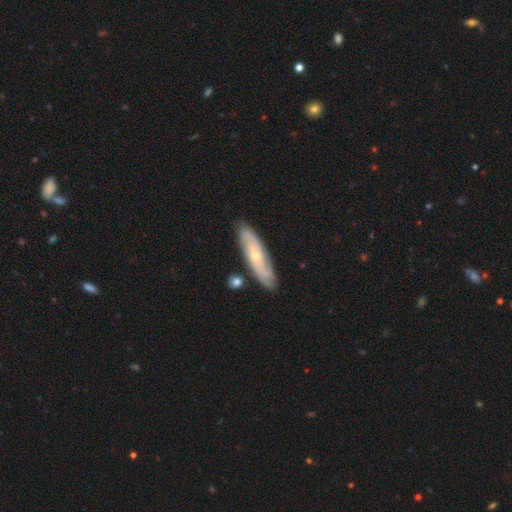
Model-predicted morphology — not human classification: featured or disk 60%, smooth 34%, star or artifact 6%. Down the decision tree: edge-on disk — no (69%); merging — none (82%).